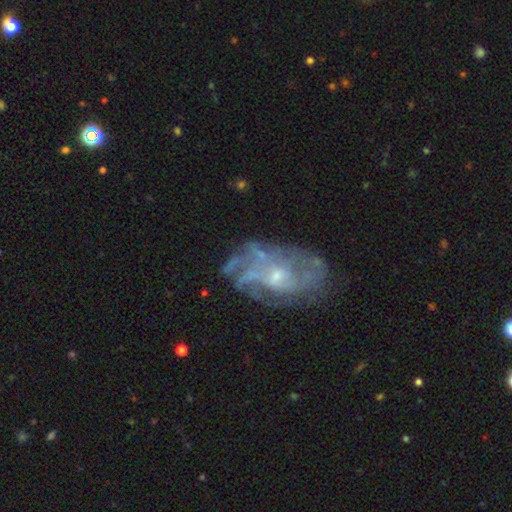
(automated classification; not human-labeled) The model was most divided on "spiral winding": medium: 39%, tight: 37%, loose: 24%. Remaining: edge-on disk — no (96%); smooth or featured — featured or disk (79%); spiral arms — yes (78%); bar — no (62%); bulge size — small (60%); merging — none (55%); spiral arm count — can't tell (47%).